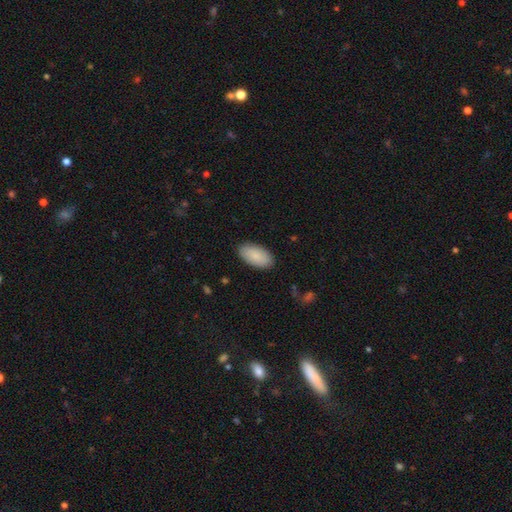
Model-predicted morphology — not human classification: smooth-or-featured: smooth: 88% | featured or disk: 7% | star or artifact: 6%
  how-rounded: in between: 95% | cigar-shaped: 3% | round: 2%
  merging: none: 88% | minor disturbance: 9% | major disturbance: 2% | merger: 1%